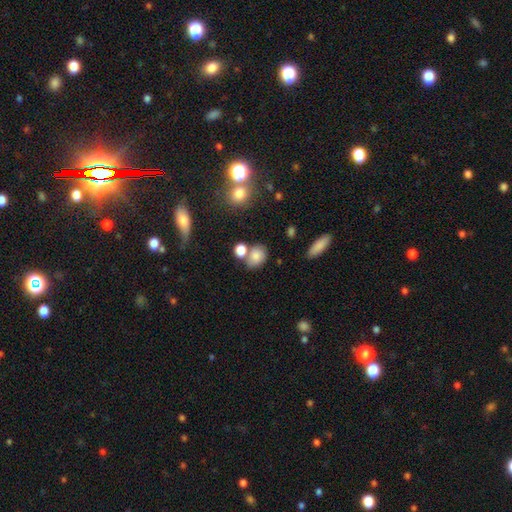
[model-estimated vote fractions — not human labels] Smooth or featured?
  - smooth: 79% *
  - star or artifact: 11%
  - featured or disk: 10%
How rounded?
  - round: 50% *
  - in between: 49%
  - cigar-shaped: 2%
Merging?
  - none: 54% *
  - merger: 25%
  - minor disturbance: 15%
  - major disturbance: 6%